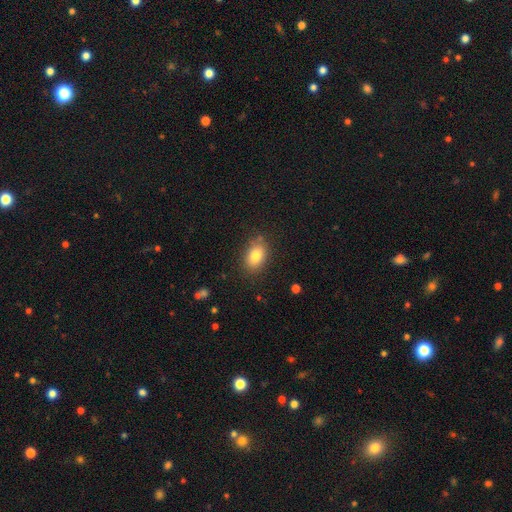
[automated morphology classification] This appears to be a smooth galaxy with no disk features (81%) that is in between round and cigar-shaped (85%). Merging: none (82%).